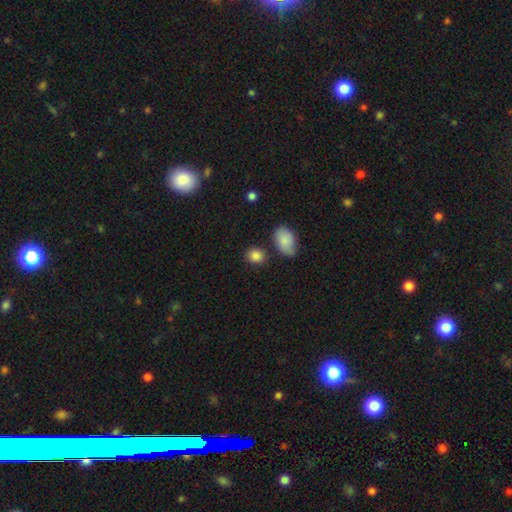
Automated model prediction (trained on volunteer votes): Morphology: type=smooth (87%); roundness=round (63%); merging=none (79%).